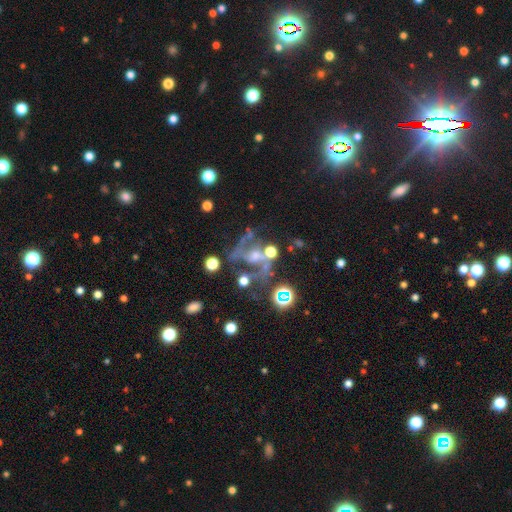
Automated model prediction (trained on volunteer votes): Smooth or featured?
  - featured or disk: 64% *
  - star or artifact: 22%
  - smooth: 14%
Edge-on disk?
  - no: 95% *
  - yes: 5%
Bar?
  - no: 50% *
  - weak: 33%
  - strong: 17%
Spiral arms?
  - yes: 74% *
  - no: 26%
Bulge size?
  - small: 36% * (tied)
  - moderate: 36% * (tied)
  - none: 19%
  - large: 7%
  - dominant: 2%
Merging?
  - none: 43% *
  - major disturbance: 25%
  - minor disturbance: 18%
  - merger: 14%